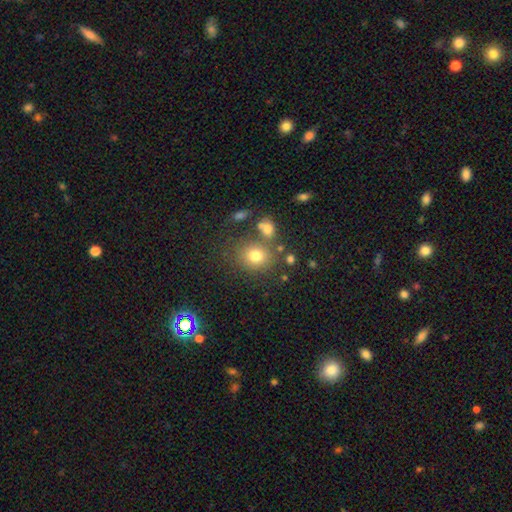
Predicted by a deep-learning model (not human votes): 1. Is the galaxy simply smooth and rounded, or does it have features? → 75% smooth, 15% star or artifact, 10% featured or disk.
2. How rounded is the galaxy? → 71% round, 28% in between, 1% cigar-shaped.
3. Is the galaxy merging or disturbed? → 69% none, 13% merger, 12% minor disturbance, 6% major disturbance.